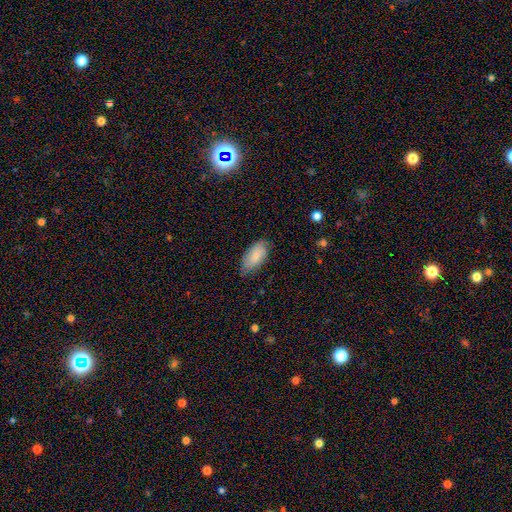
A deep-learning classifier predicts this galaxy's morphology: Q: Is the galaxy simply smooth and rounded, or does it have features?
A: smooth — 81%.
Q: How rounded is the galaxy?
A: in between — 91%.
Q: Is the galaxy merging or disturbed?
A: none — 72%.